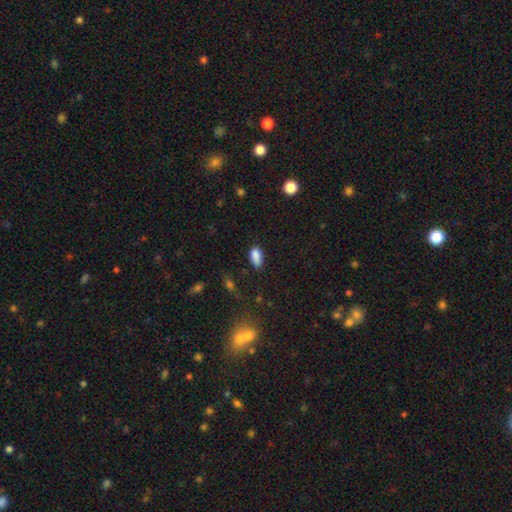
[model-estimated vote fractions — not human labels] Overall: smooth (84%). How rounded: in between (88%). Merging: none (66%).